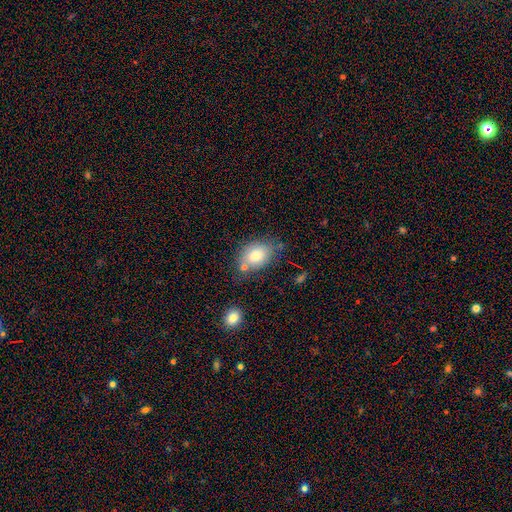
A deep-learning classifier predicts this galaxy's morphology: smooth_or_featured: smooth (p=0.79) [alt: featured or disk p=0.13]
how_rounded: in between (p=0.78) [alt: round p=0.20]
merging: none (p=0.63) [alt: minor disturbance p=0.19]